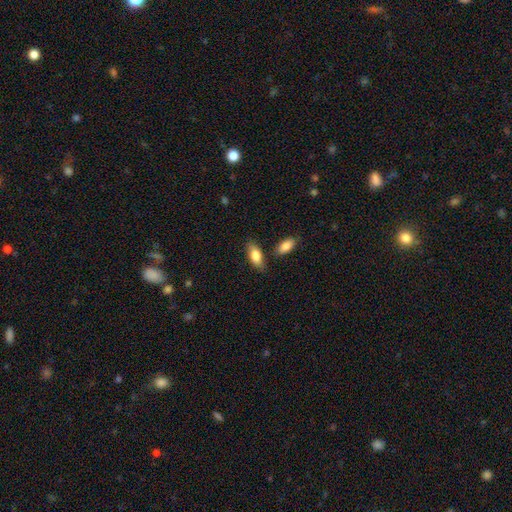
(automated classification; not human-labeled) A smooth galaxy with no disk features (82%) that is in between round and cigar-shaped (87%).

Vote fractions:
- Smooth or featured? smooth: 82% / featured or disk: 12% / star or artifact: 6%
- How rounded? in between: 87% / cigar-shaped: 10% / round: 3%
- Merging? none: 75% / minor disturbance: 15% / merger: 7% / major disturbance: 3%